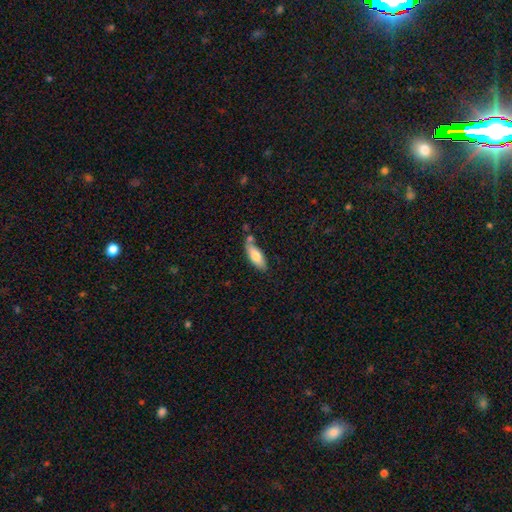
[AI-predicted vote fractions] Morphology: type=smooth (75%); roundness=in between (68%); merging=none (59%).